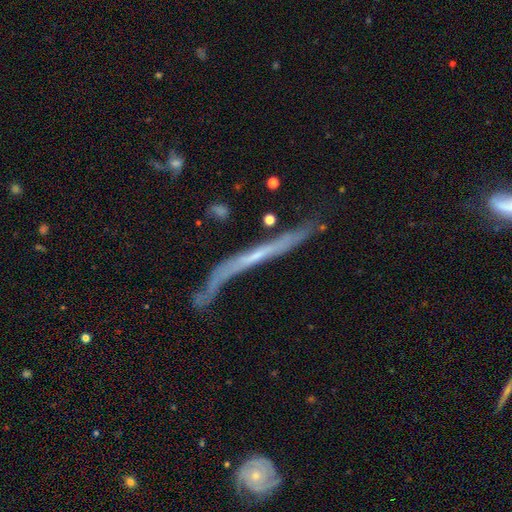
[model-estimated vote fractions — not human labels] Morphology: type=featured or disk (65%); edge-on=yes (83%); edge-on bulge=none (81%); merging=none (48%).